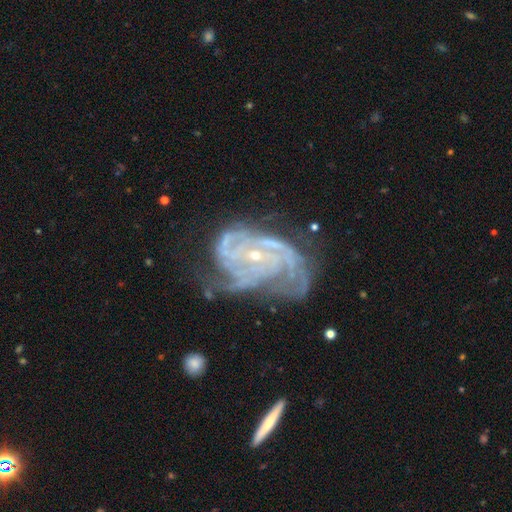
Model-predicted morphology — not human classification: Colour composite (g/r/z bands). It shows a featured or disk galaxy (88%) with no bar (66%), 3 (26%) tight (56%) spiral arms (95%) and a small central bulge (82%). Merging: none (36%).